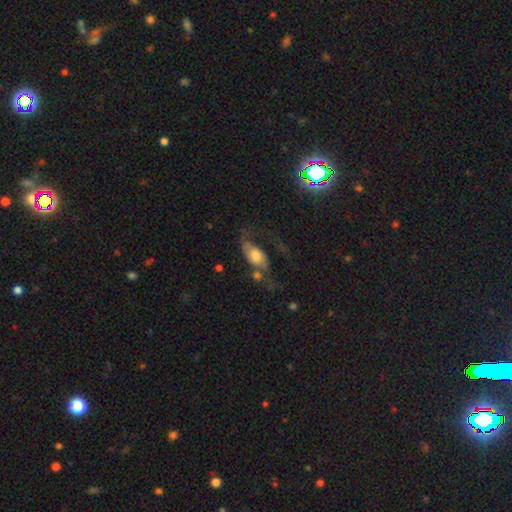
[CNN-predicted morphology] Smooth or featured: smooth — 48% (featured or disk — 45%)
Merging: major disturbance — 41% (none — 25%)